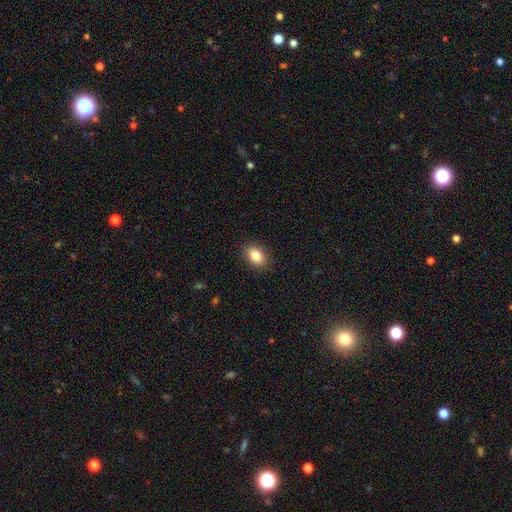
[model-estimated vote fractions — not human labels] smooth 84%, star or artifact 8%, featured or disk 7%. Down the decision tree: how rounded — in between (82%); merging — none (89%).